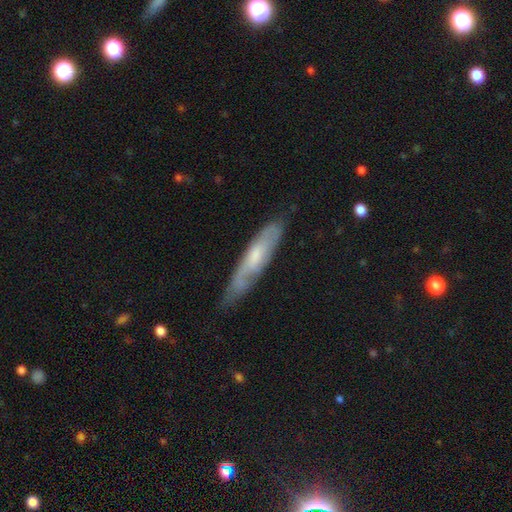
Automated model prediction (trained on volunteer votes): This is possibly a featured or disk galaxy (52%). It is possibly not viewed edge-on (51%). Merging: likely none (66%).